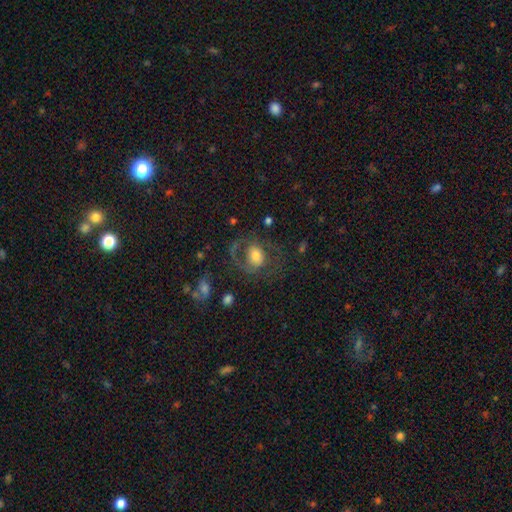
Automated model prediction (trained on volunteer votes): Smooth or featured? Predicted: featured or disk (p=0.54). Edge-on disk? Predicted: no (p=0.96). Bar? Predicted: no (p=0.58). Spiral arms? Predicted: yes (p=0.69). Bulge size? Predicted: moderate (p=0.53). Merging? Predicted: none (p=0.54).